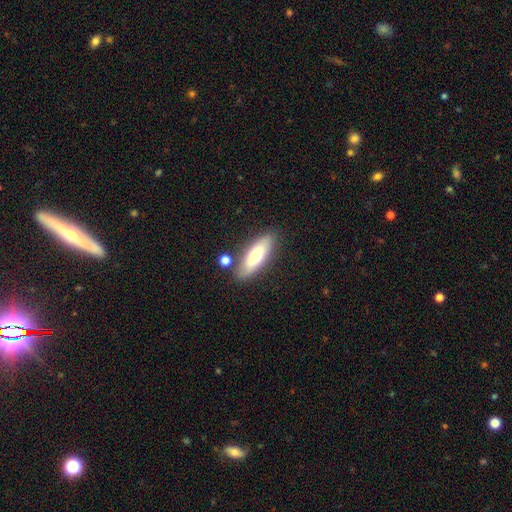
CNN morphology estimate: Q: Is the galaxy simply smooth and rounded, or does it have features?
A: smooth — 66%.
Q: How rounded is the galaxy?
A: in between — 56%.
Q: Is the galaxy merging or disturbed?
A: none — 76%.